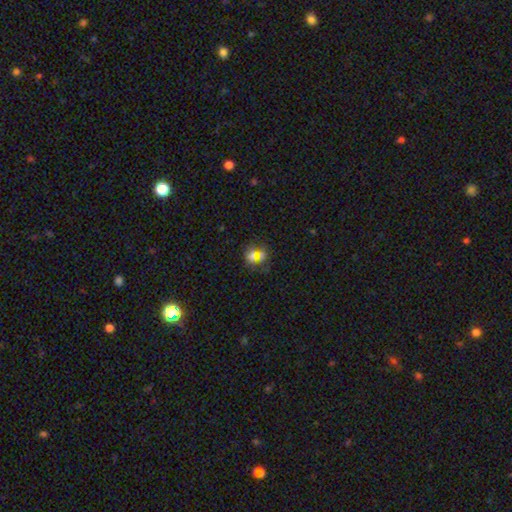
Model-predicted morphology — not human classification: Smooth or featured? Predicted: smooth (p=0.55). How rounded? Predicted: round (p=0.71). Merging? Predicted: none (p=0.50).